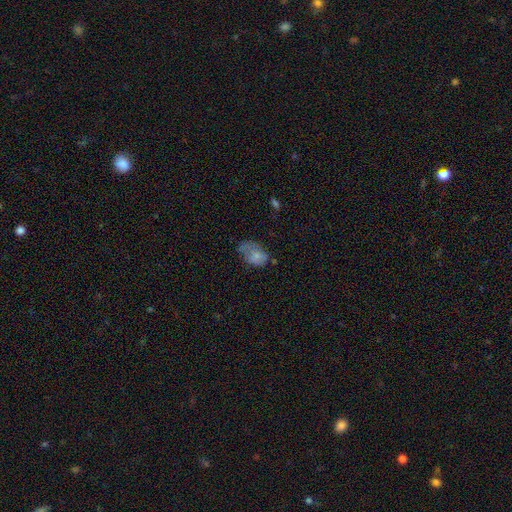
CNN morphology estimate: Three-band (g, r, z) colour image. It shows a smooth galaxy with no disk features (69%) that is in between round and cigar-shaped (86%). Merging: minor disturbance (36%).